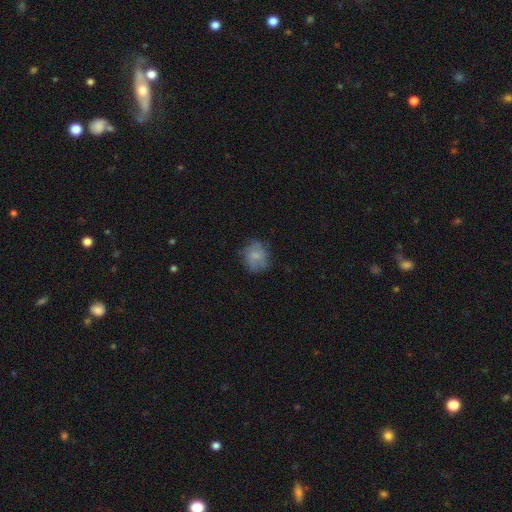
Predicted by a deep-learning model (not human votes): Morphology: type=smooth (71%); roundness=round (71%); merging=none (69%).